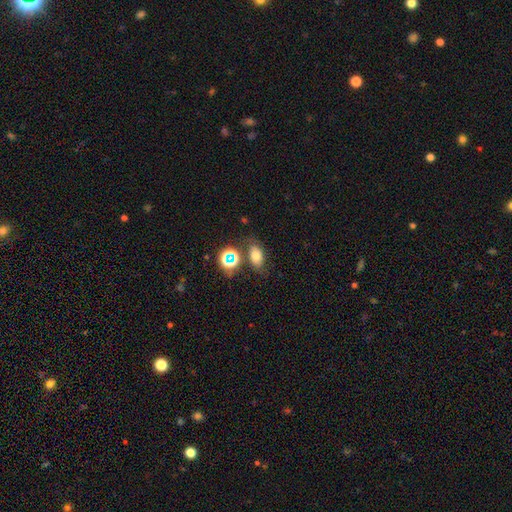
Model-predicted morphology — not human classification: A smooth galaxy with no disk features (65%) that is in between round and cigar-shaped (81%). Merging: none (67%).